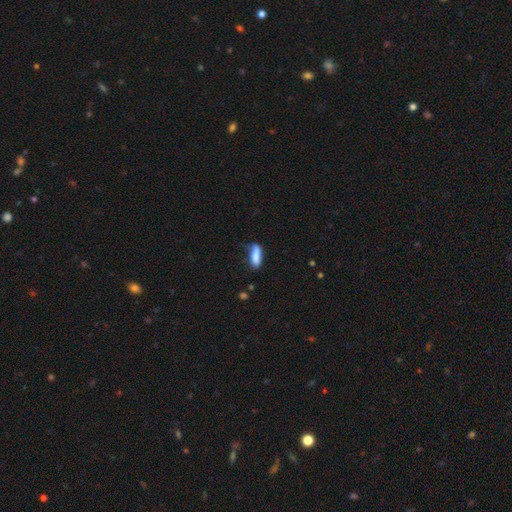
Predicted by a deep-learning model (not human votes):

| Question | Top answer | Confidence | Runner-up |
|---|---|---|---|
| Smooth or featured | smooth | 81% | featured or disk (12%) |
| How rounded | in between | 53% | cigar-shaped (44%) |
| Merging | none | 52% | minor disturbance (32%) |